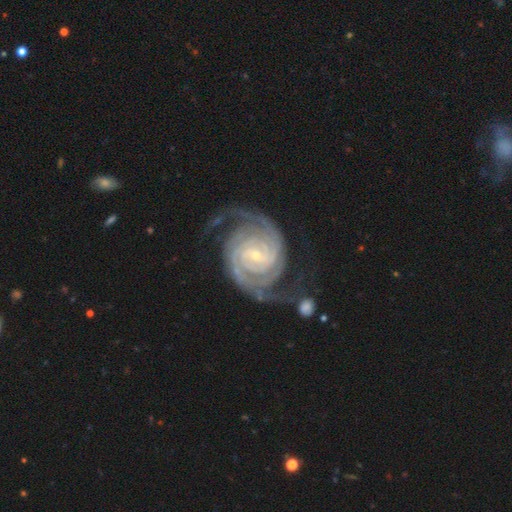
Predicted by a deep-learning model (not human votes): Overall: featured or disk (93%). Edge-on disk: no (98%). Bar: no (42%; weak 37%). Spiral arms: yes (99%). Spiral arm count: 2 (66%). Spiral winding: tight (77%). Bulge size: small (82%). Merging: none (66%).